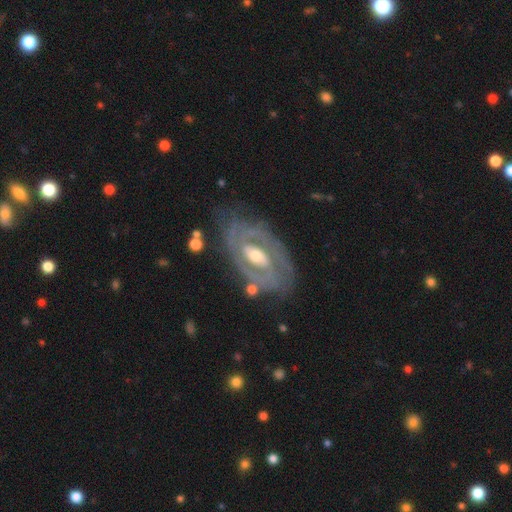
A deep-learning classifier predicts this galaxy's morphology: A featured or disk galaxy (87%) with a weak bar (42%), 2 (60%) tight (67%) spiral arms (88%) and a moderate central bulge (67%).

Vote fractions:
- Smooth or featured? featured or disk: 87% / smooth: 8% / star or artifact: 5%
- Edge-on disk? no: 94% / yes: 6%
- Bar? weak: 42% / no: 33% / strong: 25%
- Spiral arms? yes: 88% / no: 12%
- Spiral winding? tight: 67% / medium: 27% / loose: 7%
- Spiral arm count? 2: 60% / can't tell: 22% / 3: 8% / 1: 4% / 4: 3% / more than 4: 3%
- Bulge size? moderate: 67% / small: 26% / large: 5% / none: 1% / dominant: 1%
- Merging? none: 74% / minor disturbance: 17% / major disturbance: 7% / merger: 3%